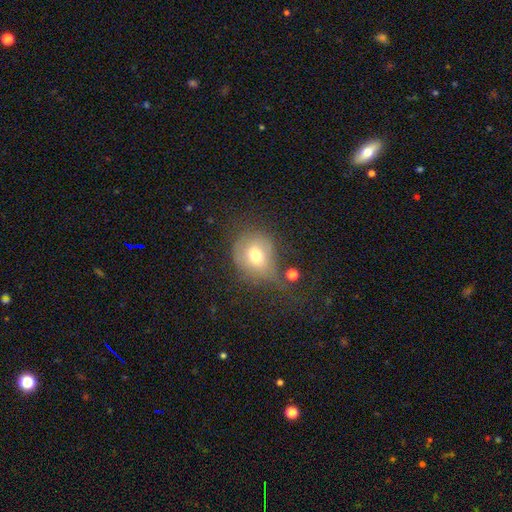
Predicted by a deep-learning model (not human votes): Smooth or featured? smooth (66%)
How rounded? round (70%)
Merging? none (40%)